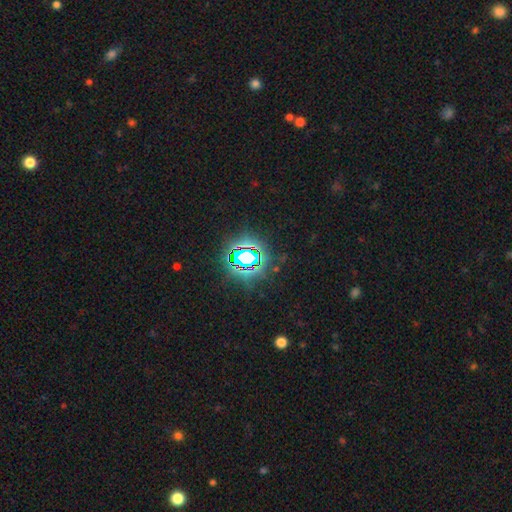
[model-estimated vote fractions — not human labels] Morphology: type=star or artifact (82%).